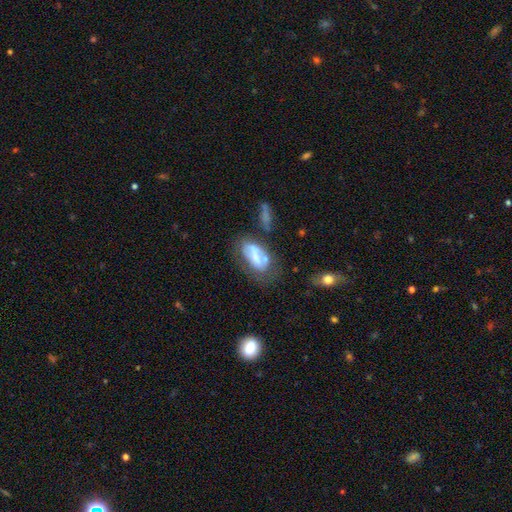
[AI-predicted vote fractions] Smooth or featured: smooth — 49% (featured or disk — 41%)
Merging: none — 40% (minor disturbance — 24%)